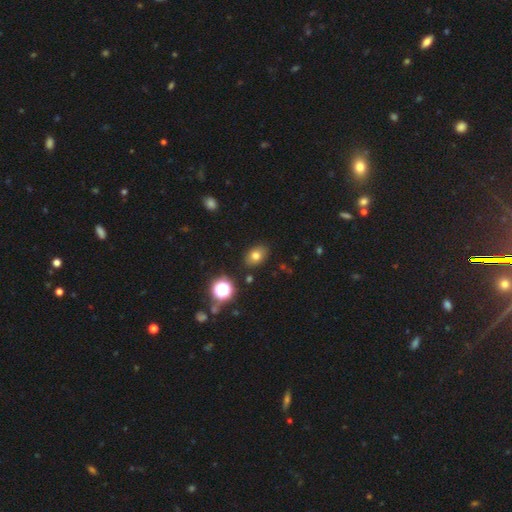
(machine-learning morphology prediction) This appears to be a smooth galaxy with no disk features (75%) that is in between round and cigar-shaped (73%). Merging: none (85%).